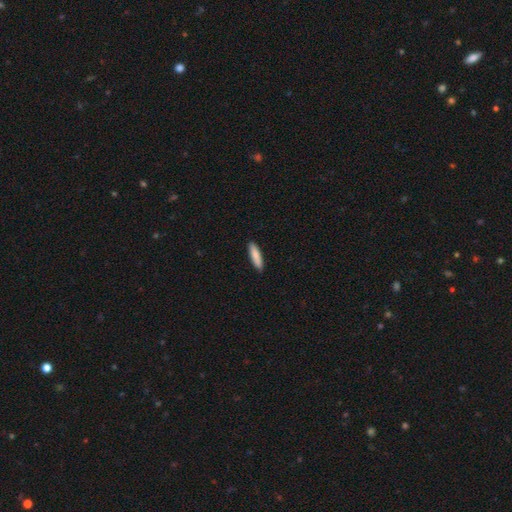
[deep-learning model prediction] A smooth galaxy with no disk features (85%) that is cigar-shaped (75%). Merging: none (90%).